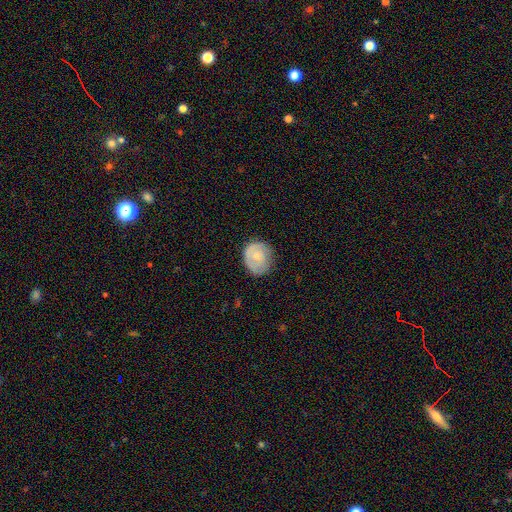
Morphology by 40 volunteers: smooth-or-featured: smooth: 57% | featured or disk: 38% | star or artifact: 5%
  how-rounded: round: 65% | in between: 35% | cigar-shaped: 0%
  merging: none: 82% | minor disturbance: 18% | major disturbance: 0% | merger: 0%